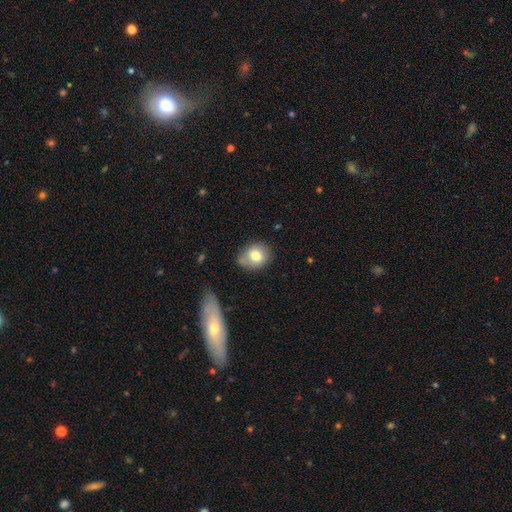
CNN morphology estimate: type=smooth (76%); roundness=round (59%); merging=none (69%).